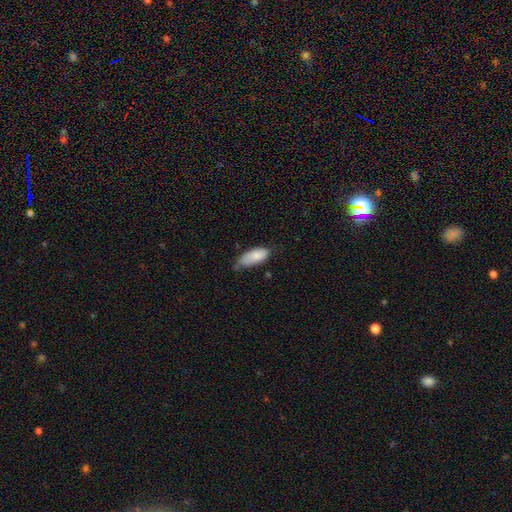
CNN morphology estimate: Smooth or featured?
  - smooth: 83% *
  - featured or disk: 10%
  - star or artifact: 7%
How rounded?
  - in between: 85% *
  - cigar-shaped: 13%
  - round: 2%
Merging?
  - none: 48% *
  - minor disturbance: 41%
  - major disturbance: 7%
  - merger: 3%